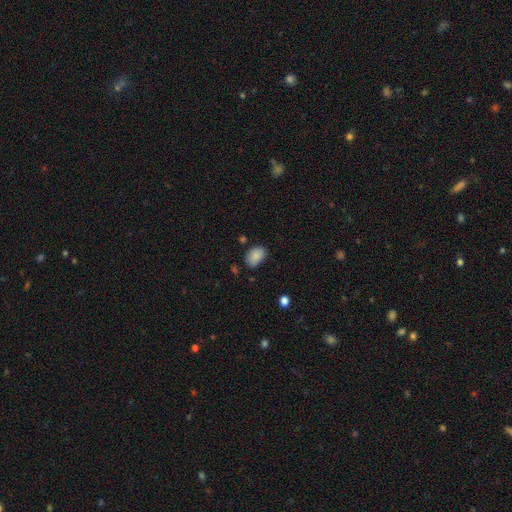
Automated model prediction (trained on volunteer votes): This appears to be a smooth galaxy with no disk features (86%) that is in between round and cigar-shaped (82%). Merging: none (68%).